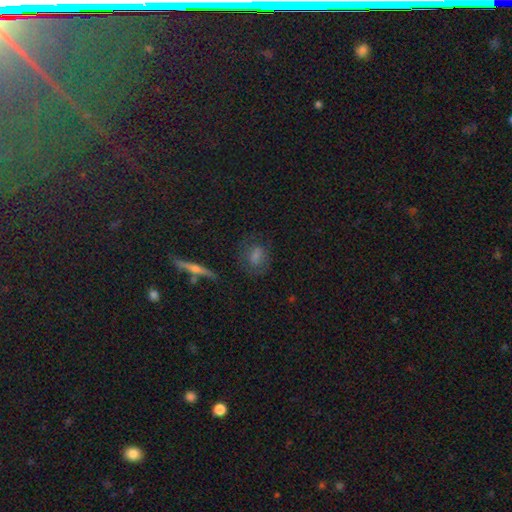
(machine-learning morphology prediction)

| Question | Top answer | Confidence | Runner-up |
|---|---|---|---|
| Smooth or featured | smooth | 47% | featured or disk (29%) |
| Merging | none | 73% | minor disturbance (17%) |